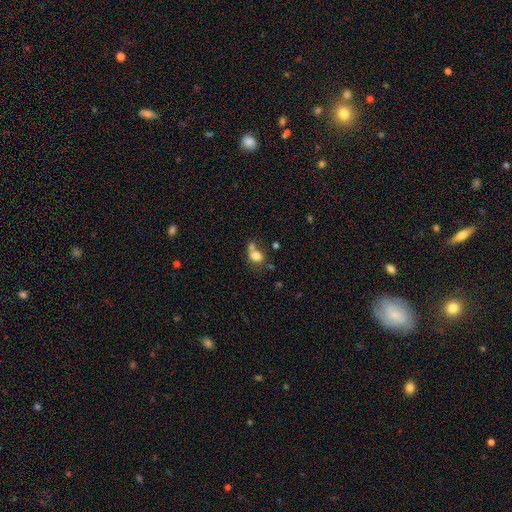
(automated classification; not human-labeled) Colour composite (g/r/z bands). It shows a smooth galaxy with no disk features (76%) that is in between round and cigar-shaped (49%, tied with round). Merging: merger (43%).